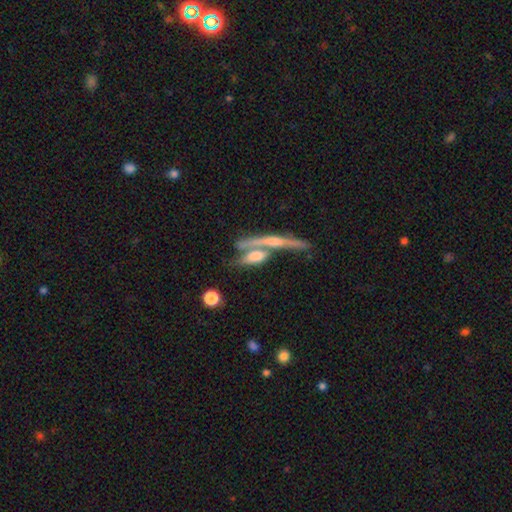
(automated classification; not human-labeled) Smooth or featured?
  - smooth: 47% *
  - featured or disk: 44%
  - star or artifact: 9%
Merging?
  - merger: 45% *
  - none: 38%
  - minor disturbance: 11%
  - major disturbance: 7%